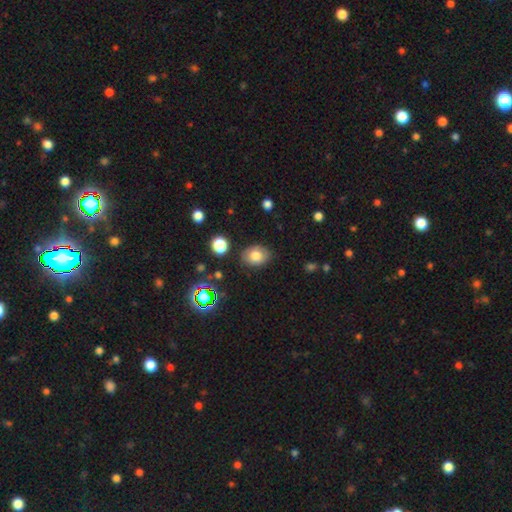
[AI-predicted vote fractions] Morphology: type=smooth (76%); roundness=in between (64%); merging=none (83%).